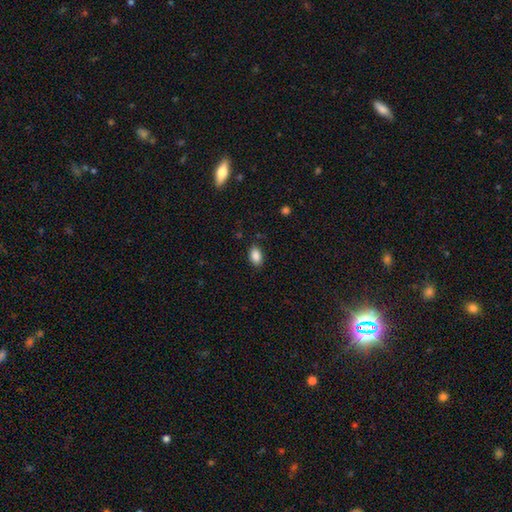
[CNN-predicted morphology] Smooth or featured?
  - smooth: 88% *
  - star or artifact: 8%
  - featured or disk: 4%
How rounded?
  - in between: 91% *
  - round: 7%
  - cigar-shaped: 2%
Merging?
  - none: 85% *
  - minor disturbance: 11%
  - major disturbance: 3%
  - merger: 1%